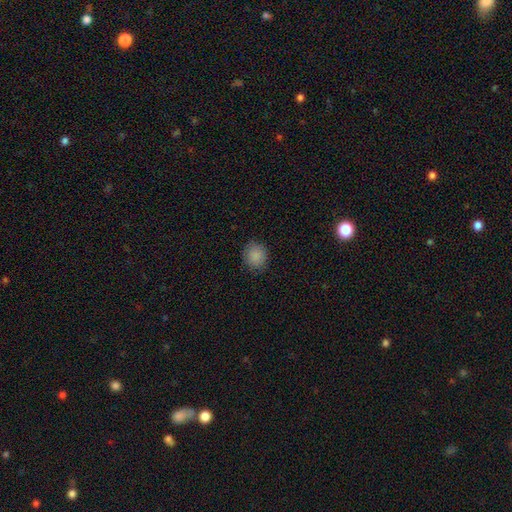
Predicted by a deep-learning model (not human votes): Smooth or featured? smooth (88%)
How rounded? round (78%)
Merging? none (86%)